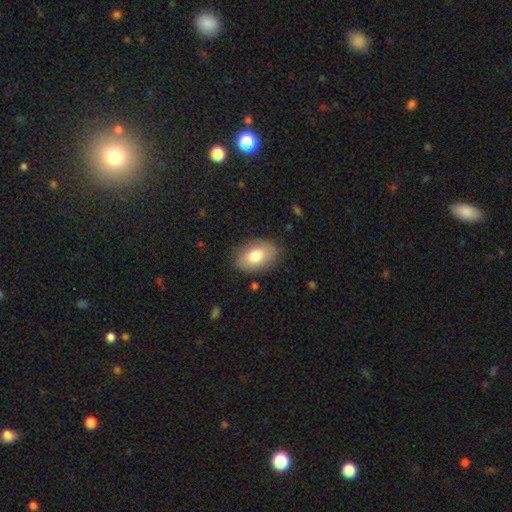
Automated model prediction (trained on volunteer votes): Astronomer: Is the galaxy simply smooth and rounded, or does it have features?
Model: smooth — 78%.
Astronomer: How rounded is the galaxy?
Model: in between — 89%.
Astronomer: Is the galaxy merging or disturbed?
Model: none — 84%.